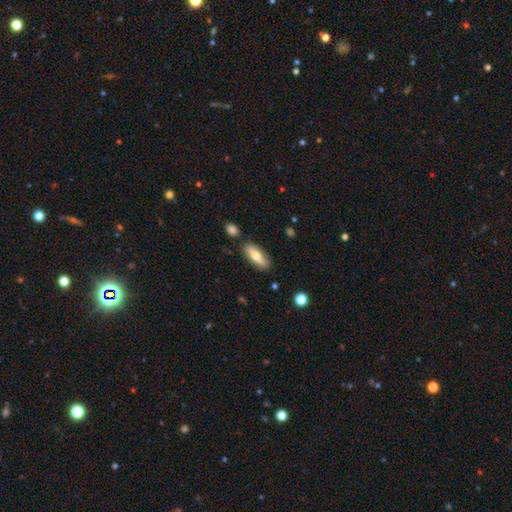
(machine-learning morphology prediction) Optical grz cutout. It shows a smooth galaxy with no disk features (61%) that is in between round and cigar-shaped (70%). Merging: none (81%).